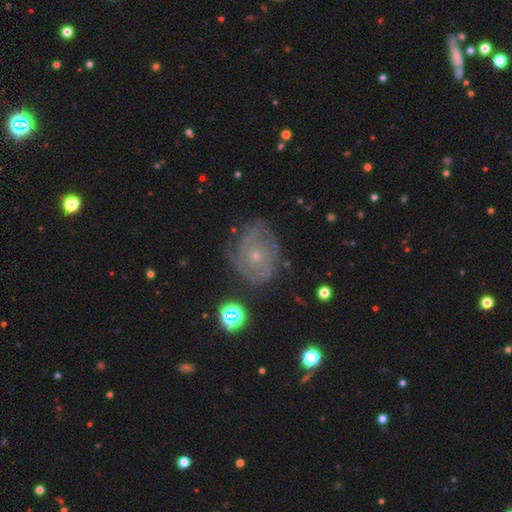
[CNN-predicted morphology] A featured or disk galaxy (78%) with no bar (81%), tight (65%) spiral arms (92%) and a small central bulge (73%). Merging: none (67%).